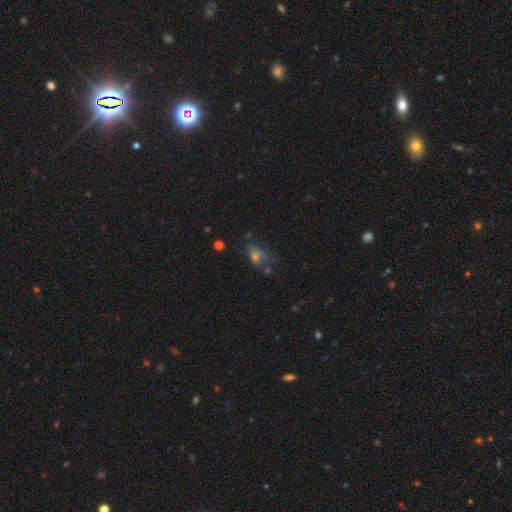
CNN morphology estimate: A smooth galaxy with no disk features (52%) that is in between round and cigar-shaped (70%).

Vote fractions:
- Smooth or featured? smooth: 52% / star or artifact: 26% / featured or disk: 21%
- How rounded? in between: 70% / round: 25% / cigar-shaped: 4%
- Merging? none: 45% / minor disturbance: 24% / major disturbance: 20% / merger: 10%